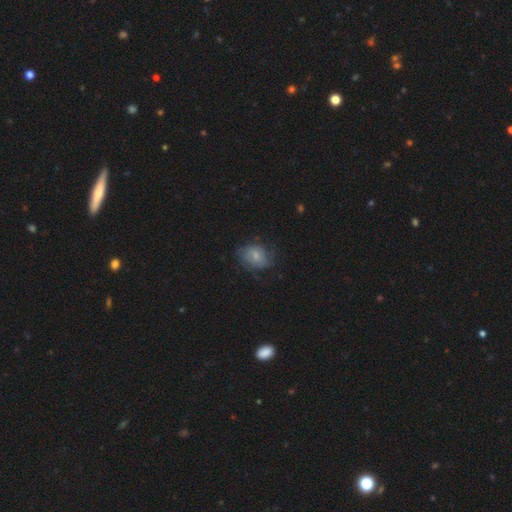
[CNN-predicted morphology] Overall: smooth (56%; featured or disk 35%). How rounded: in between (53%; round 46%). Merging: none (61%; minor disturbance 26%).